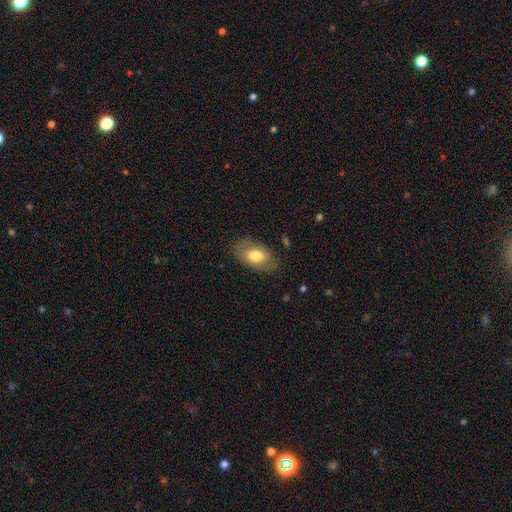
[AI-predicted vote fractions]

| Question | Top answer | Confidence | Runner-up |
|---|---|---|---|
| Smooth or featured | smooth | 70% | featured or disk (23%) |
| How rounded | in between | 91% | round (7%) |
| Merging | none | 76% | minor disturbance (17%) |